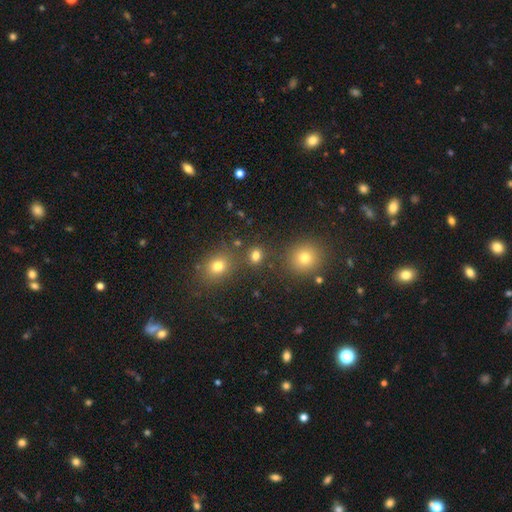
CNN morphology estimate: A smooth galaxy with no disk features (76%) that is round (65%).

Vote fractions:
- Smooth or featured? smooth: 76% / star or artifact: 18% / featured or disk: 6%
- How rounded? round: 65% / in between: 34% / cigar-shaped: 1%
- Merging? none: 77% / merger: 11% / minor disturbance: 9% / major disturbance: 4%